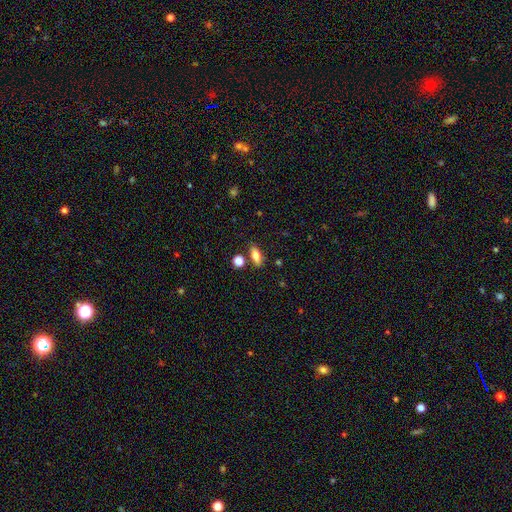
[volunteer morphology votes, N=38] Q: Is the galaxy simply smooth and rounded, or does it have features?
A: smooth — 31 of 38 (82%).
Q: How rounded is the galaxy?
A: in between — 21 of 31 (68%).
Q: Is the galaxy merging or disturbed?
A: none — 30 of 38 (79%).